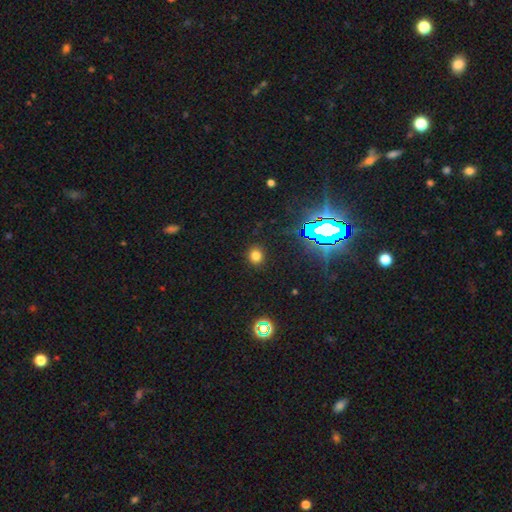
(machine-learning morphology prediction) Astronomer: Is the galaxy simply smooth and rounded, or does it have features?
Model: smooth — 74%.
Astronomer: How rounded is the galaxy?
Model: round — 82%.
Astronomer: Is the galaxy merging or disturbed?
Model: none — 90%.